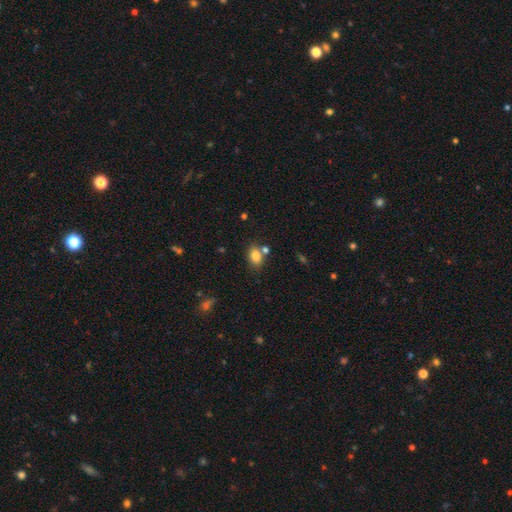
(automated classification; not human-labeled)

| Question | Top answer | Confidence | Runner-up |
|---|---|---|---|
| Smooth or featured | smooth | 82% | star or artifact (10%) |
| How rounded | in between | 77% | round (21%) |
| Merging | none | 64% | merger (19%) |